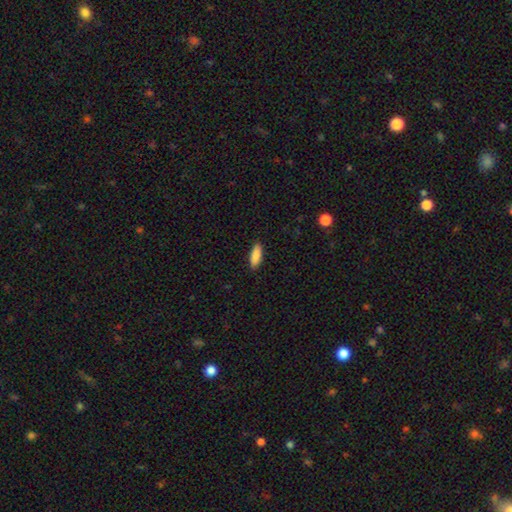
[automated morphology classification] smooth-or-featured: smooth: 89% | star or artifact: 6% | featured or disk: 5%
  how-rounded: in between: 65% | cigar-shaped: 33% | round: 2%
  merging: none: 89% | minor disturbance: 8% | major disturbance: 2% | merger: 1%